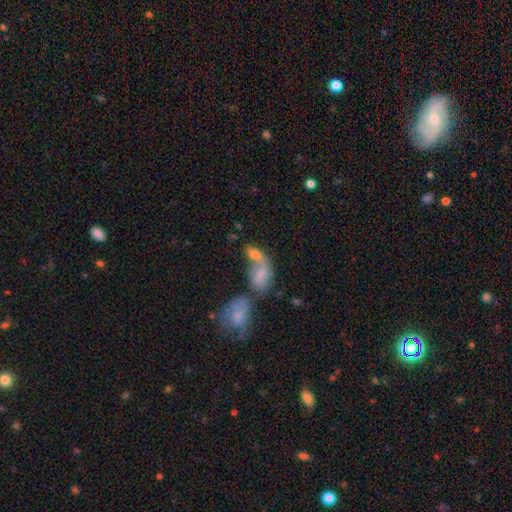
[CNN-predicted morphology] smooth 49%, featured or disk 34%, star or artifact 17%. Down the decision tree: merging — merger (65%).